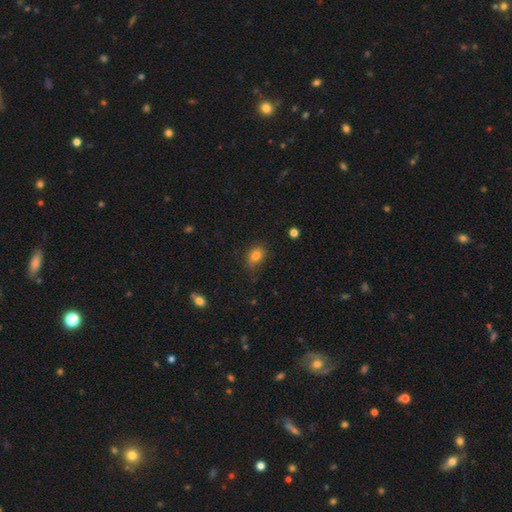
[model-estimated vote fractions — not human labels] A smooth galaxy with no disk features (81%) that is in between round and cigar-shaped (72%).

Vote fractions:
- Smooth or featured? smooth: 81% / star or artifact: 11% / featured or disk: 8%
- How rounded? in between: 72% / round: 26% / cigar-shaped: 2%
- Merging? none: 73% / minor disturbance: 21% / major disturbance: 4% / merger: 2%